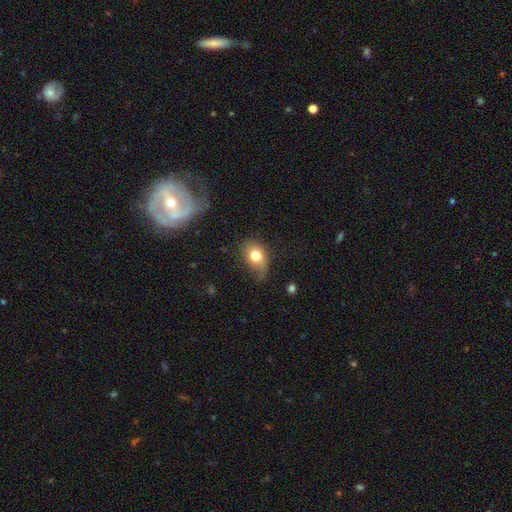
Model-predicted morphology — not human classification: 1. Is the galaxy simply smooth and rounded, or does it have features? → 76% smooth, 15% featured or disk, 10% star or artifact.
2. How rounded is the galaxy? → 69% in between, 30% round, 1% cigar-shaped.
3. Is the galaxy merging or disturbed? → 46% none, 37% minor disturbance, 14% major disturbance, 3% merger.